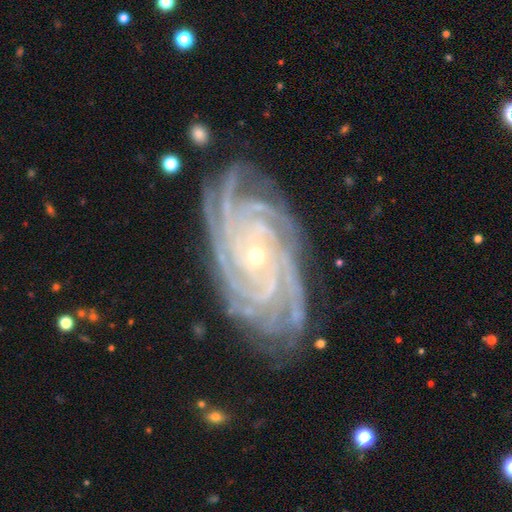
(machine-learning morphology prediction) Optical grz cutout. It shows a featured or disk galaxy (93%) with no bar (68%), more than 4 (33%) tight (83%) spiral arms (99%) and a small central bulge (76%). Merging: none (80%).